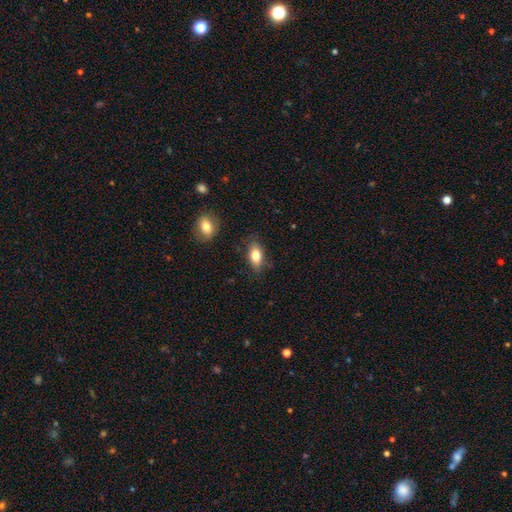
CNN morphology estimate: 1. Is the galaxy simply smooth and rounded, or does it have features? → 80% smooth, 12% featured or disk, 8% star or artifact.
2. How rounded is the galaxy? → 86% in between, 8% cigar-shaped, 6% round.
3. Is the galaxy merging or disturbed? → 82% none, 13% minor disturbance, 3% major disturbance, 2% merger.